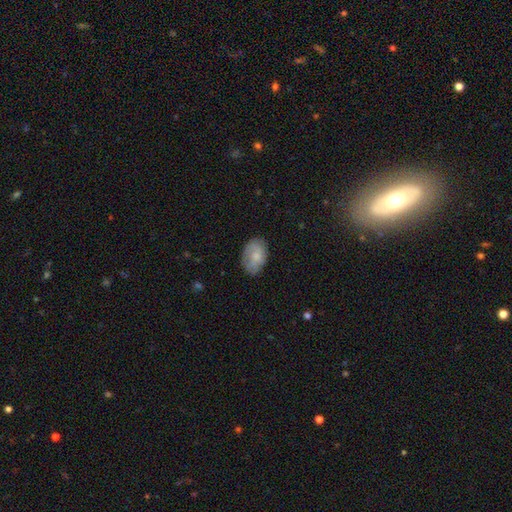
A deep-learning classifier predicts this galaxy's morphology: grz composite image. It shows a smooth galaxy with no disk features (68%) that is in between round and cigar-shaped (87%). Merging: none (73%).